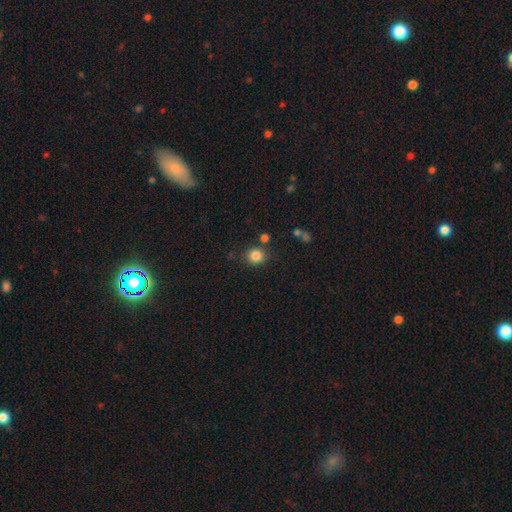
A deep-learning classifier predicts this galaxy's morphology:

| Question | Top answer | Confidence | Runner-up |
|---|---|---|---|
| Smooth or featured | smooth | 85% | star or artifact (11%) |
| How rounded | round | 81% | in between (18%) |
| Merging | none | 79% | minor disturbance (11%) |